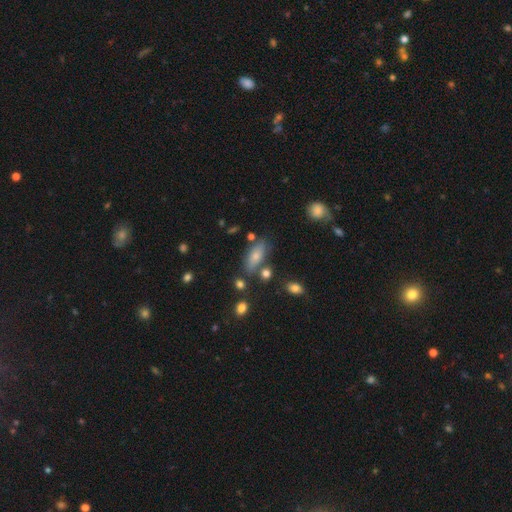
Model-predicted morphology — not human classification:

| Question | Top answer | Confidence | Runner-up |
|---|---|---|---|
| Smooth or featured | smooth | 74% | featured or disk (18%) |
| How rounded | in between | 76% | cigar-shaped (21%) |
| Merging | none | 71% | minor disturbance (16%) |